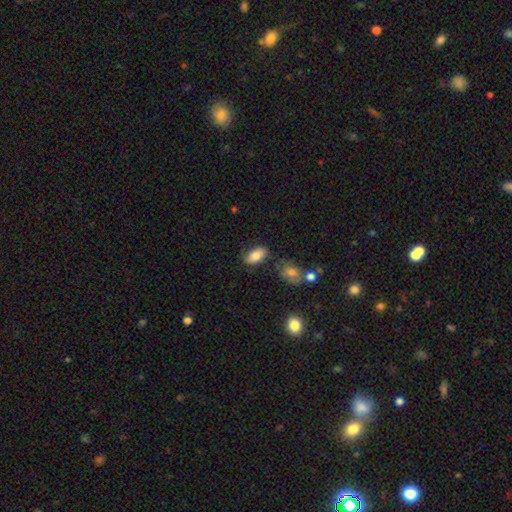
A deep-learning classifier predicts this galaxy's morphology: Smooth or featured: smooth — 76% (featured or disk — 16%)
How rounded: in between — 92% (round — 5%)
Merging: none — 62% (minor disturbance — 25%)